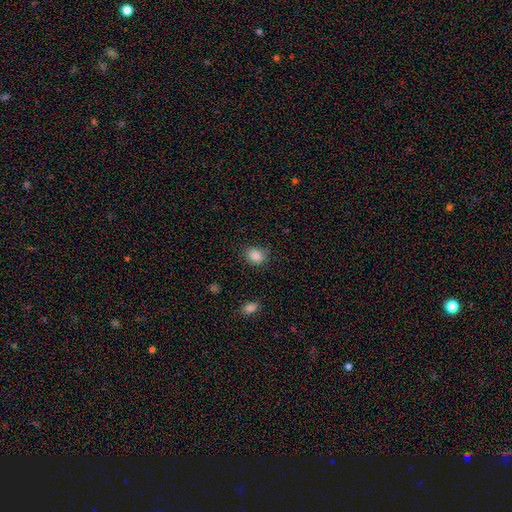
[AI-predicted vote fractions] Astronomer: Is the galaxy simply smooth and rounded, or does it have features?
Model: smooth — 87%.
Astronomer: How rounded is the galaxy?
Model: round — 55% (runner-up: in between, 44%).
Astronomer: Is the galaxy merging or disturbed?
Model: none — 78%.